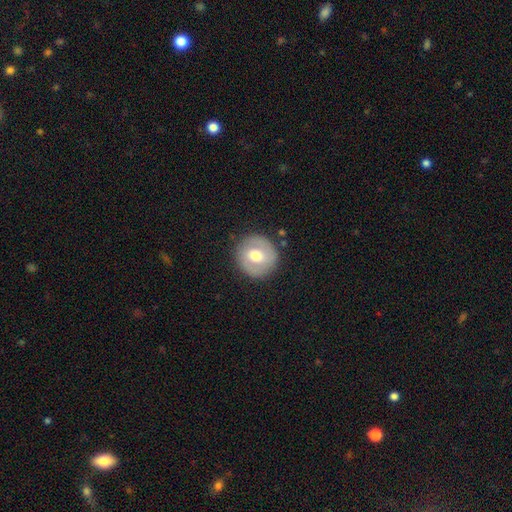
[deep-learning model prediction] This appears to be a smooth galaxy with no disk features (51%) that is round (91%). Merging: none (87%).